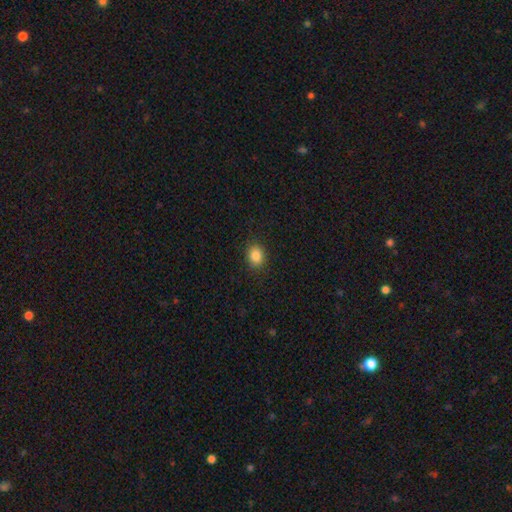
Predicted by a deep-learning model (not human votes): Smooth or featured? smooth (86%)
How rounded? in between (54%)
Merging? none (88%)